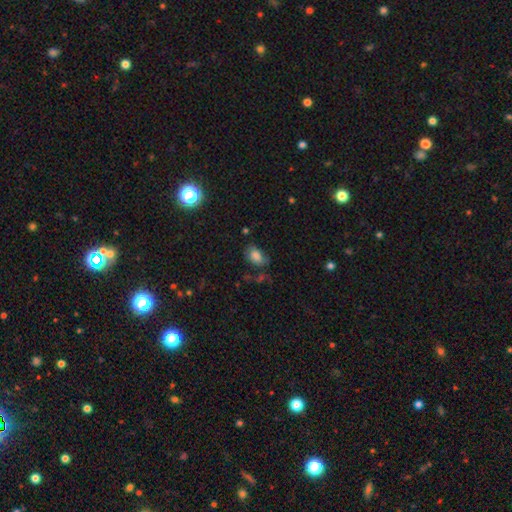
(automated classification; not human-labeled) Overall: smooth (77%). How rounded: in between (84%). Merging: none (49%; minor disturbance 29%).